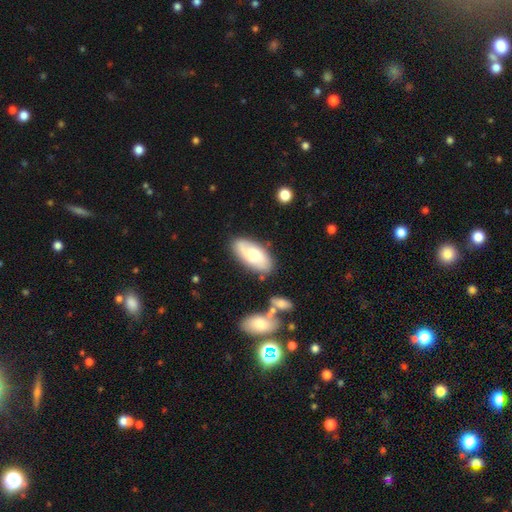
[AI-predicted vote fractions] Smooth or featured?
  - smooth: 60% *
  - featured or disk: 34%
  - star or artifact: 6%
How rounded?
  - in between: 90% *
  - cigar-shaped: 7%
  - round: 3%
Merging?
  - none: 76% *
  - minor disturbance: 15%
  - merger: 5%
  - major disturbance: 4%